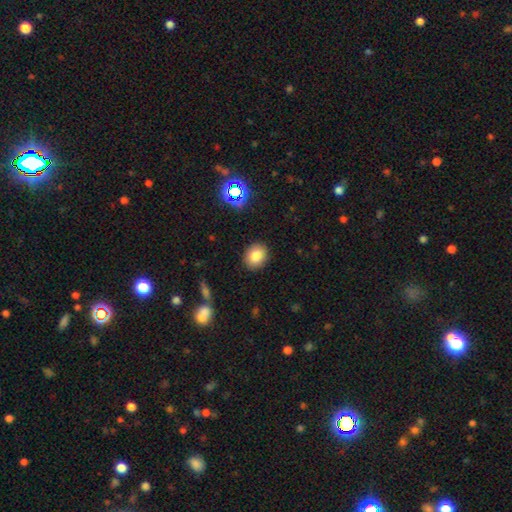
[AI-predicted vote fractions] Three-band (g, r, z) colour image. It shows a smooth galaxy with no disk features (82%) that is round (57%). Merging: none (89%).